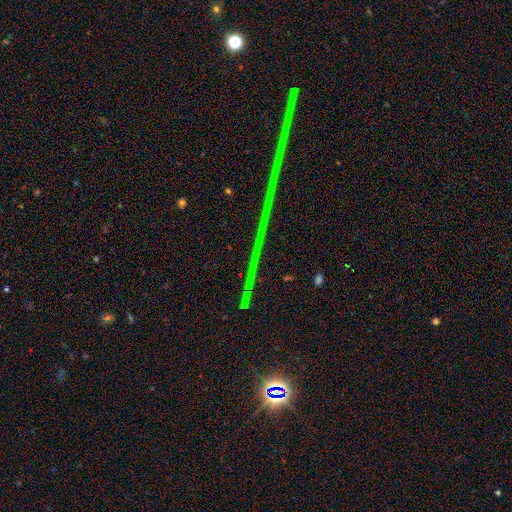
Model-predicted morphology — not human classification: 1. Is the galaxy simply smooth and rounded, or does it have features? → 84% star or artifact, 9% featured or disk, 7% smooth.